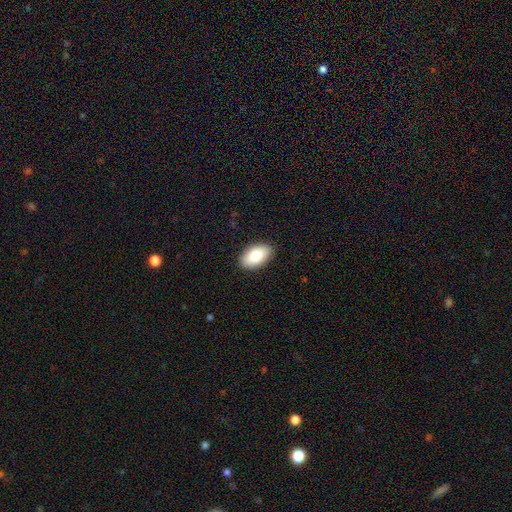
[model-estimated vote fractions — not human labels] A smooth galaxy with no disk features (86%) that is in between round and cigar-shaped (95%). Merging: none (89%).